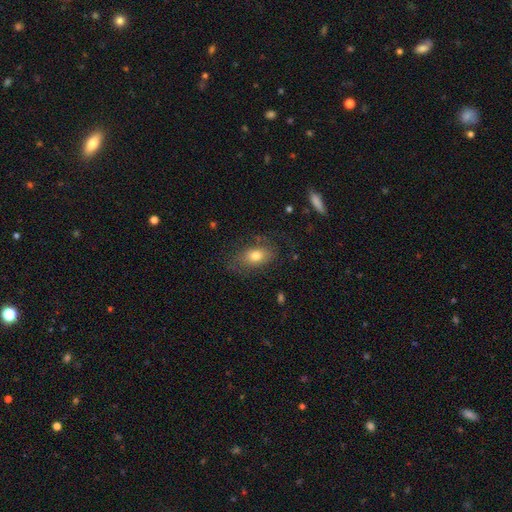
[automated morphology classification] Smooth or featured? smooth (71%)
How rounded? in between (84%)
Merging? none (69%)